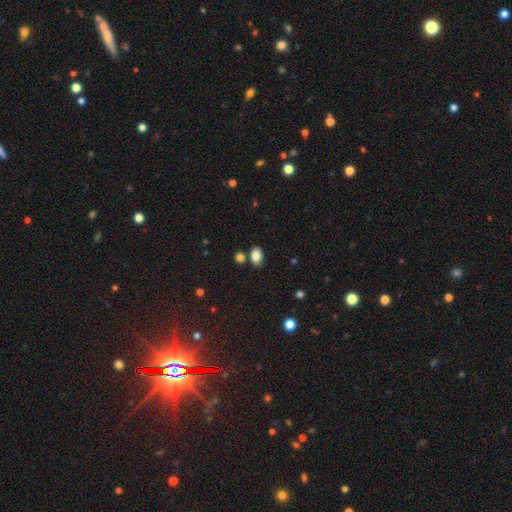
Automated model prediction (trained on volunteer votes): smooth_or_featured: smooth (p=0.85) [alt: star or artifact p=0.09]
how_rounded: in between (p=0.87) [alt: round p=0.11]
merging: none (p=0.76) [alt: minor disturbance p=0.11]